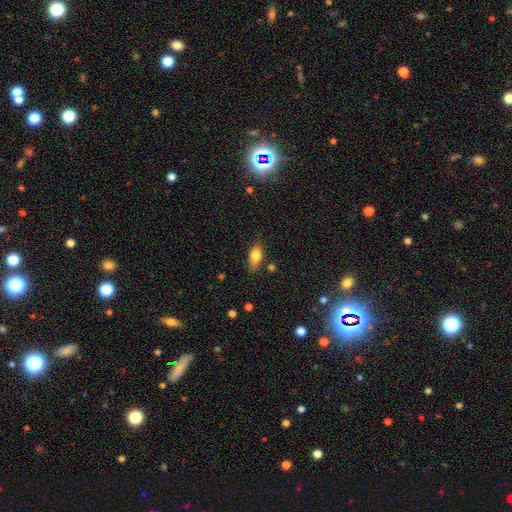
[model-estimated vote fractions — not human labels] Q: Smooth or featured?
A: smooth (75%); runner-up: featured or disk (17%)
Q: How rounded?
A: in between (81%); runner-up: cigar-shaped (14%)
Q: Merging?
A: none (79%); runner-up: minor disturbance (15%)